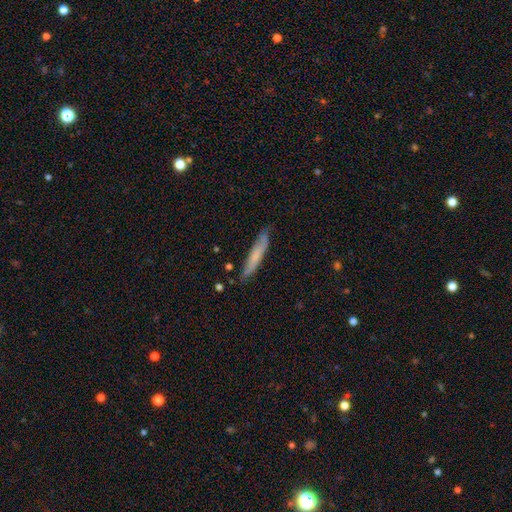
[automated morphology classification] The model was most divided on "smooth or featured": smooth: 63%, featured or disk: 31%, star or artifact: 6%. More confident: how rounded — cigar-shaped (92%); merging — none (79%).